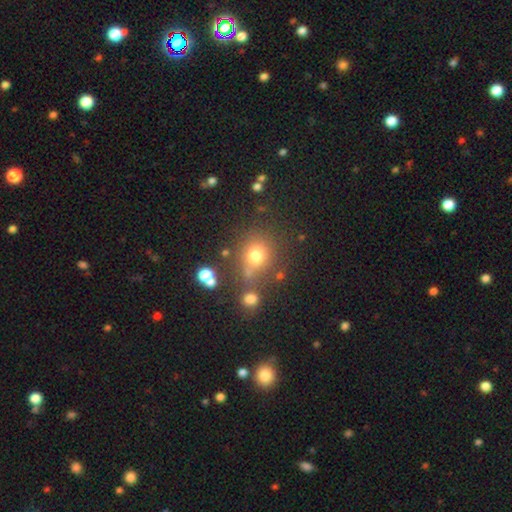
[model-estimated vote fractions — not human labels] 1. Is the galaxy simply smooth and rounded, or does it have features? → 71% smooth, 19% star or artifact, 10% featured or disk.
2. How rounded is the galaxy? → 79% round, 20% in between, 1% cigar-shaped.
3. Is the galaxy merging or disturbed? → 64% none, 15% merger, 14% minor disturbance, 7% major disturbance.